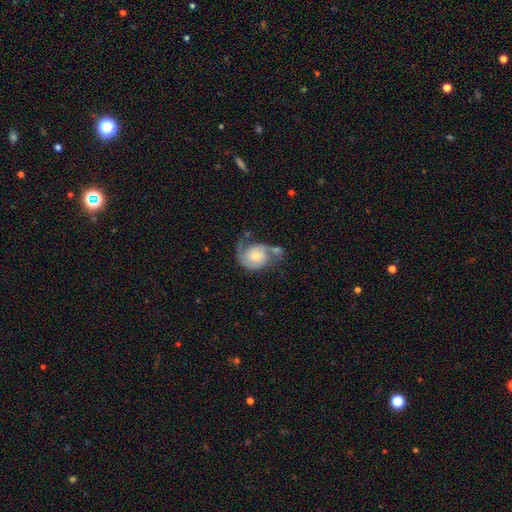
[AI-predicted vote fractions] The model was most divided on "spiral winding": medium: 42%, loose: 34%, tight: 24%. Remaining: edge-on disk — no (98%); spiral arms — yes (91%); bar — no (74%); spiral arm count — 2 (74%); smooth or featured — featured or disk (70%); bulge size — small (51%); merging — none (36%).